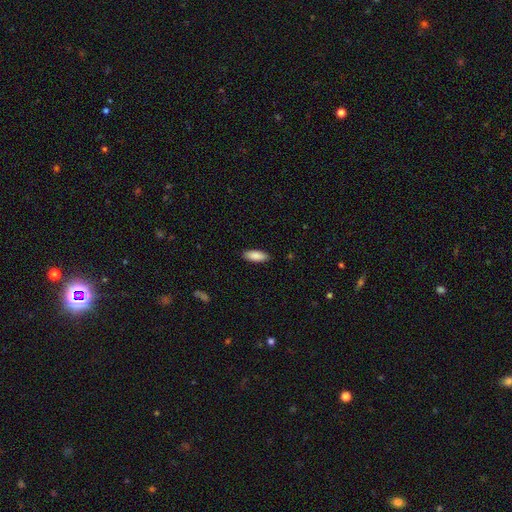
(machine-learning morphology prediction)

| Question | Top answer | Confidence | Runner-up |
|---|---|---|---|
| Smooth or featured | smooth | 89% | star or artifact (6%) |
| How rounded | in between | 80% | cigar-shaped (18%) |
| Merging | none | 89% | minor disturbance (8%) |